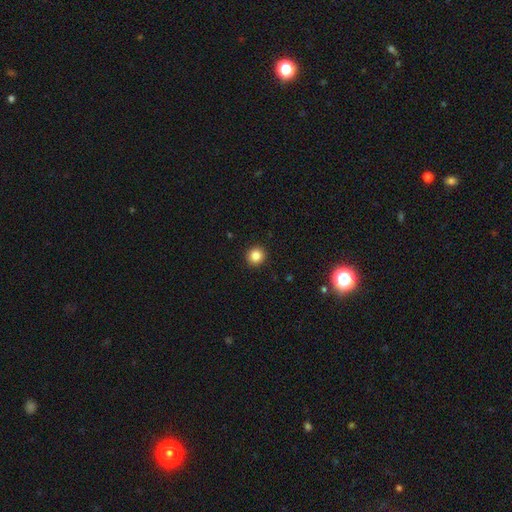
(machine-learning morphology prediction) Smooth or featured: smooth — 85% (star or artifact — 11%)
How rounded: round — 92% (in between — 7%)
Merging: none — 93% (minor disturbance — 5%)